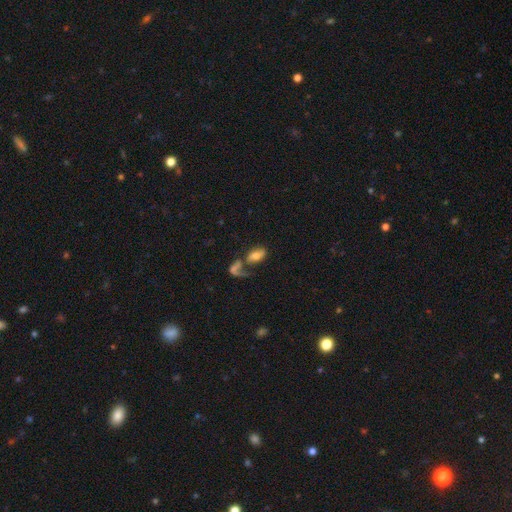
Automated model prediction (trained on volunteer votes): A smooth galaxy with no disk features (57%) that is in between round and cigar-shaped (90%). Merging: merger (46%).